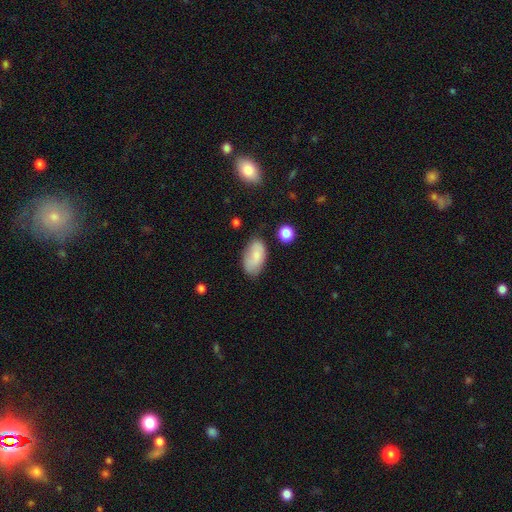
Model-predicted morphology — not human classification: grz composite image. It shows a smooth galaxy with no disk features (77%) that is in between round and cigar-shaped (94%). Merging: none (68%).